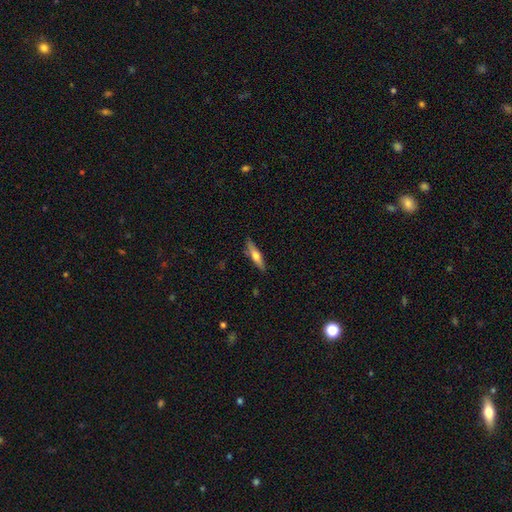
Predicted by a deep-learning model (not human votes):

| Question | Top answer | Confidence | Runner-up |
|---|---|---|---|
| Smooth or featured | smooth | 52% | featured or disk (42%) |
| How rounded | cigar-shaped | 78% | in between (21%) |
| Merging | none | 84% | minor disturbance (12%) |